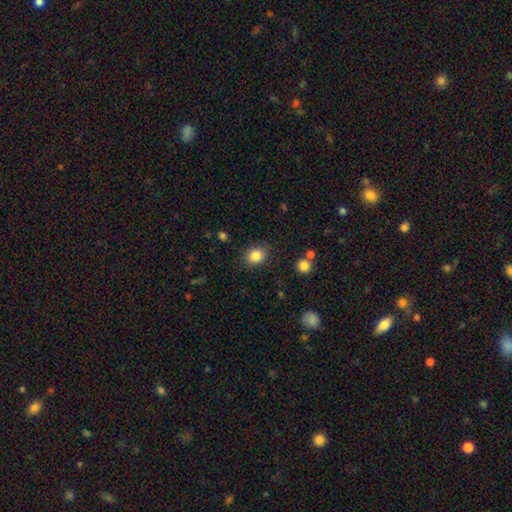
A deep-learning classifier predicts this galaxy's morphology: A smooth galaxy with no disk features (85%) that is round (65%). Merging: none (86%).